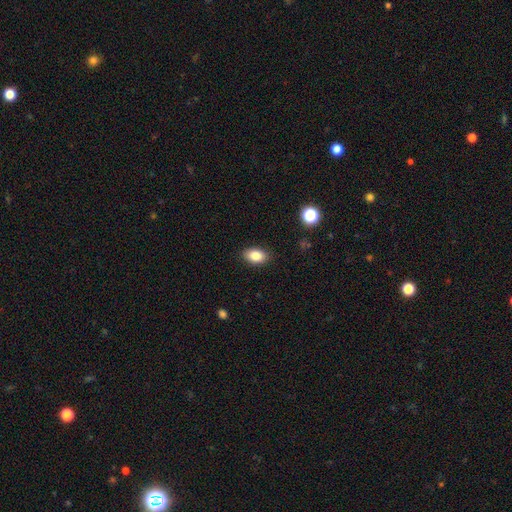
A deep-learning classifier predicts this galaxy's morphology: A smooth galaxy with no disk features (86%) that is in between round and cigar-shaped (88%). Merging: none (88%).